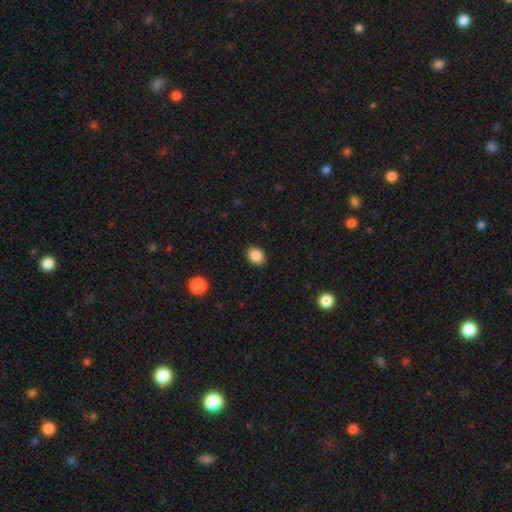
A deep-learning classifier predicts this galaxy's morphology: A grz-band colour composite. It shows a smooth galaxy with no disk features (87%) that is in between round and cigar-shaped (64%). Merging: none (89%).